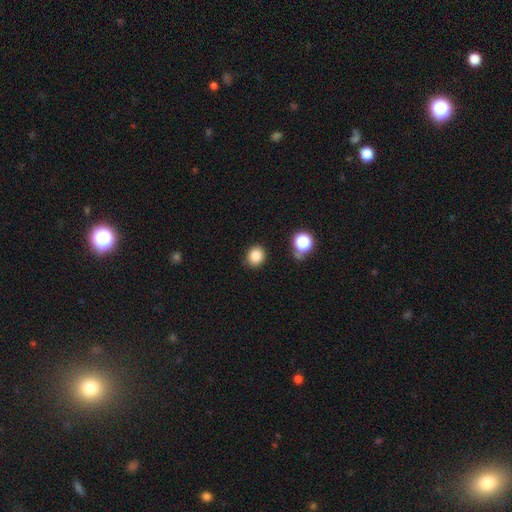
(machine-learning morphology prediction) A smooth galaxy with no disk features (84%) that is round (78%). Merging: none (85%).